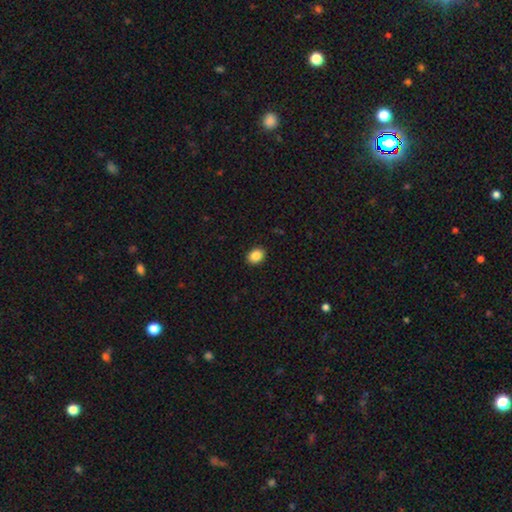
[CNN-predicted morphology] This is clearly a smooth galaxy (87%). How rounded: likely in between (63%). Merging: clearly none (90%).